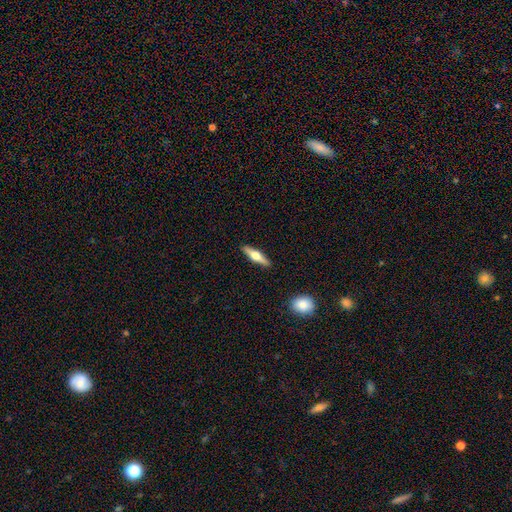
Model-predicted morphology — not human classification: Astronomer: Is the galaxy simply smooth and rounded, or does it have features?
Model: featured or disk — 57% (runner-up: smooth, 38%).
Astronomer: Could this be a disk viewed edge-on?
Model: yes — 96%.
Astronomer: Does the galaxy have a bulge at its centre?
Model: rounded — 94%.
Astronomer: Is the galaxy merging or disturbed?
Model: none — 90%.